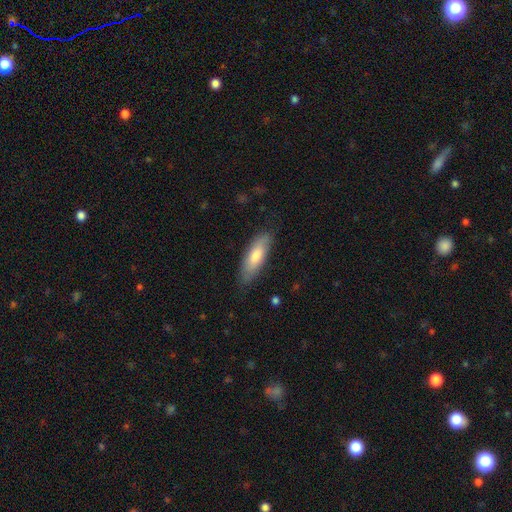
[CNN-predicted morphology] This is likely a smooth galaxy (73%). How rounded: possibly in between (52%). Merging: clearly none (81%).